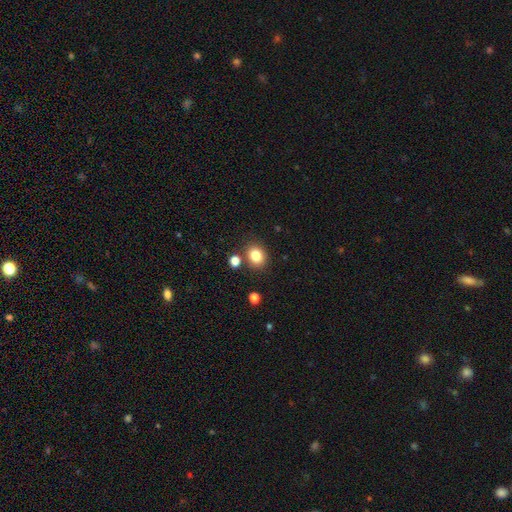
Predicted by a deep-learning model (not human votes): Overall: smooth (83%). How rounded: round (61%; in between 38%). Merging: none (78%).